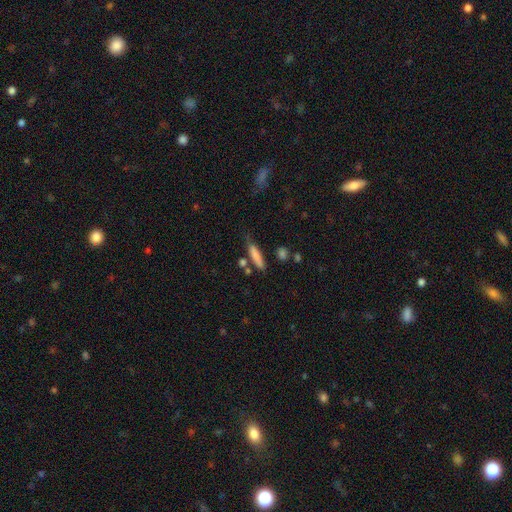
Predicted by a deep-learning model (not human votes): Smooth or featured? smooth (80%)
How rounded? cigar-shaped (79%)
Merging? none (65%)